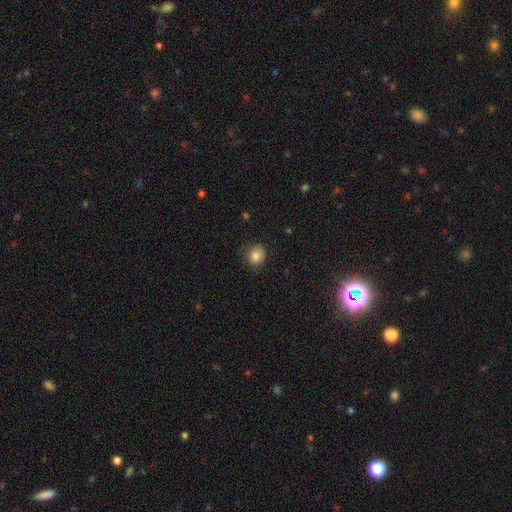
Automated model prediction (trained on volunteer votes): Smooth or featured?
  - smooth: 85% *
  - star or artifact: 10%
  - featured or disk: 6%
How rounded?
  - round: 78% *
  - in between: 21%
  - cigar-shaped: 1%
Merging?
  - none: 73% *
  - minor disturbance: 21%
  - major disturbance: 5%
  - merger: 1%